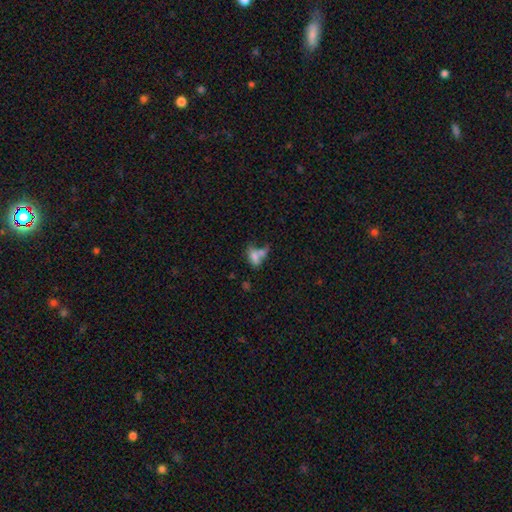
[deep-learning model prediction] A smooth galaxy with no disk features (69%) that is in between round and cigar-shaped (82%).

Vote fractions:
- Smooth or featured? smooth: 69% / featured or disk: 20% / star or artifact: 12%
- How rounded? in between: 82% / round: 11% / cigar-shaped: 7%
- Merging? merger: 52% / none: 24% / minor disturbance: 12% / major disturbance: 11%